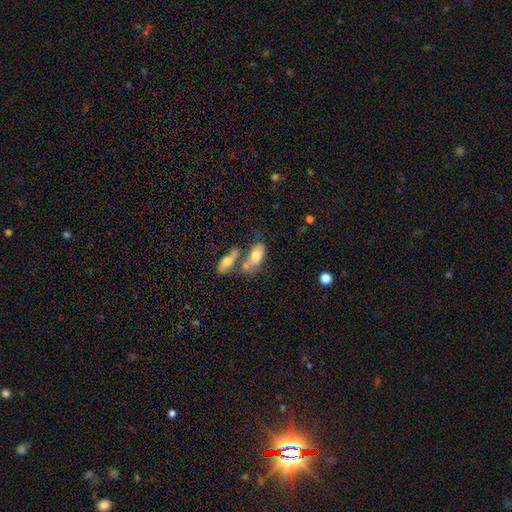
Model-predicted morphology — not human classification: smooth 70%, featured or disk 23%, star or artifact 7%. Down the decision tree: how rounded — in between (88%); merging — merger (48%).